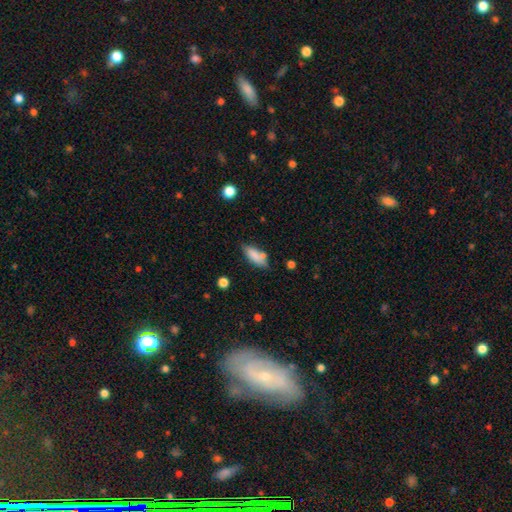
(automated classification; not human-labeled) This appears to be a smooth galaxy with no disk features (80%) that is in between round and cigar-shaped (73%). Merging: none (60%).